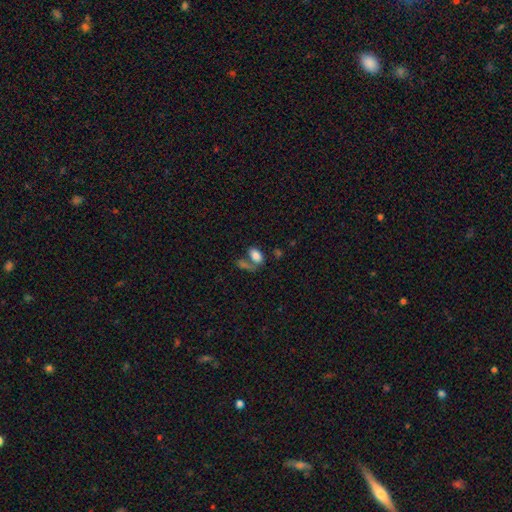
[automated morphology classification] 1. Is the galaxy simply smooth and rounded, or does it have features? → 83% smooth, 9% star or artifact, 8% featured or disk.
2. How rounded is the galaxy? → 91% in between, 7% round, 2% cigar-shaped.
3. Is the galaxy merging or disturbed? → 44% none, 37% merger, 12% minor disturbance, 8% major disturbance.